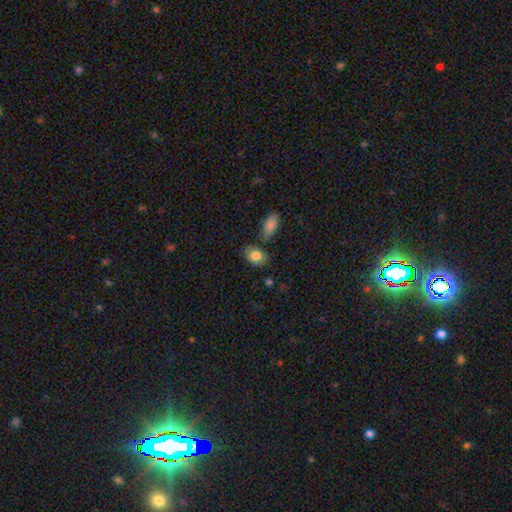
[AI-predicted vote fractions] smooth_or_featured: smooth (p=0.82) [alt: featured or disk p=0.11]
how_rounded: in between (p=0.80) [alt: round p=0.18]
merging: none (p=0.68) [alt: minor disturbance p=0.18]